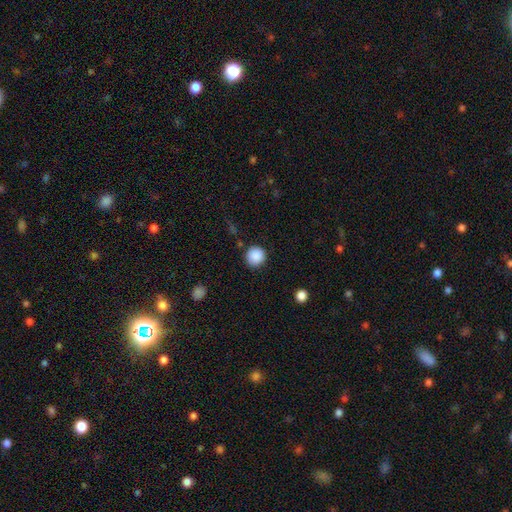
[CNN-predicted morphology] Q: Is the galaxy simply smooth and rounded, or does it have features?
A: smooth — 89%.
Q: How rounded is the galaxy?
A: round — 94%.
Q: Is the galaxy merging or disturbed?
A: none — 89%.